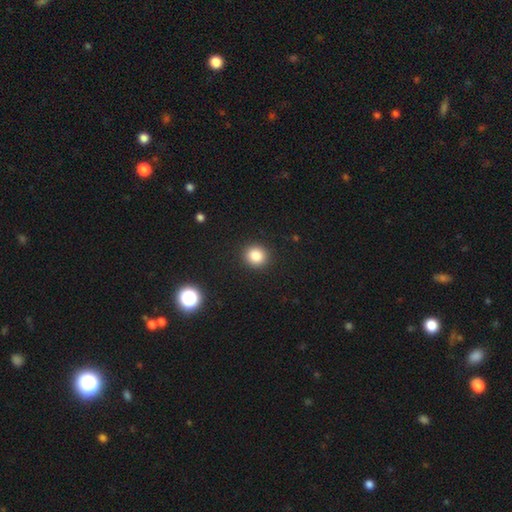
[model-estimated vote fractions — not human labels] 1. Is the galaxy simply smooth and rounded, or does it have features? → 84% smooth, 11% star or artifact, 5% featured or disk.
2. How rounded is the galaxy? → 88% round, 11% in between, 1% cigar-shaped.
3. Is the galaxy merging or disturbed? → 92% none, 5% minor disturbance, 2% major disturbance, 1% merger.